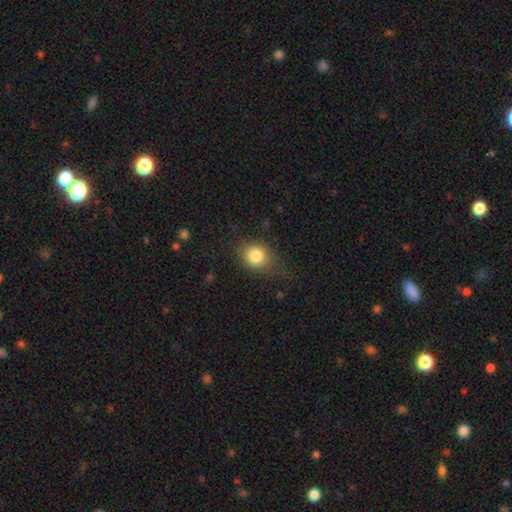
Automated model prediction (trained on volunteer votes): smooth_or_featured: smooth (p=0.82) [alt: star or artifact p=0.10]
how_rounded: round (p=0.64) [alt: in between p=0.35]
merging: none (p=0.69) [alt: minor disturbance p=0.21]